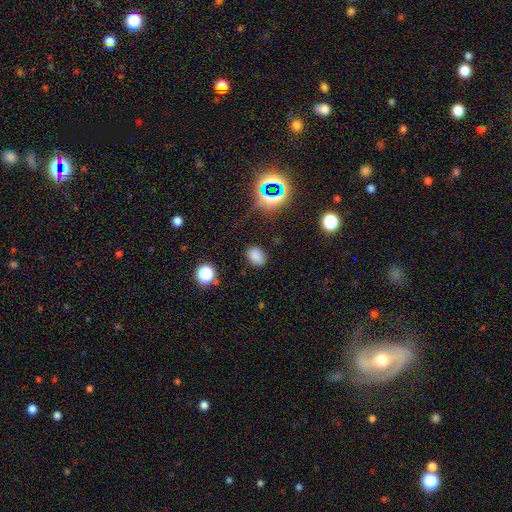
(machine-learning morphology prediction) Smooth or featured?
  - smooth: 76% *
  - star or artifact: 18%
  - featured or disk: 6%
How rounded?
  - in between: 74% *
  - round: 24%
  - cigar-shaped: 1%
Merging?
  - none: 81% *
  - minor disturbance: 13%
  - major disturbance: 4%
  - merger: 2%